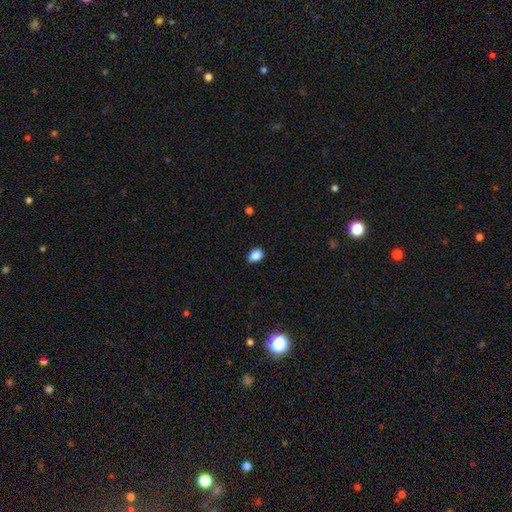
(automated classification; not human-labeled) A smooth galaxy with no disk features (87%) that is in between round and cigar-shaped (75%).

Vote fractions:
- Smooth or featured? smooth: 87% / star or artifact: 9% / featured or disk: 4%
- How rounded? in between: 75% / round: 24% / cigar-shaped: 1%
- Merging? none: 85% / minor disturbance: 12% / major disturbance: 2% / merger: 1%